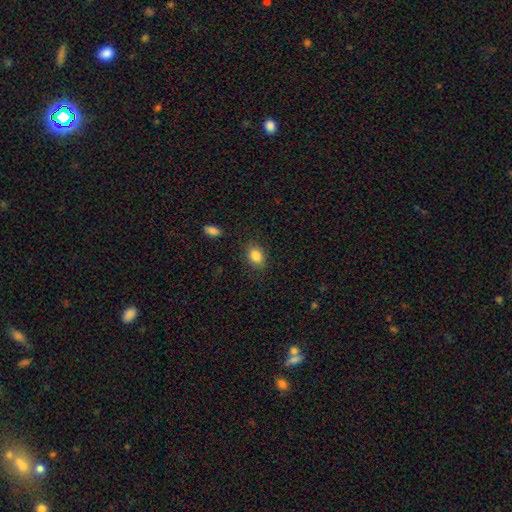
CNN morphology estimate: A smooth galaxy with no disk features (86%) that is in between round and cigar-shaped (72%).

Vote fractions:
- Smooth or featured? smooth: 86% / star or artifact: 9% / featured or disk: 6%
- How rounded? in between: 72% / round: 27% / cigar-shaped: 1%
- Merging? none: 84% / minor disturbance: 11% / major disturbance: 3% / merger: 1%